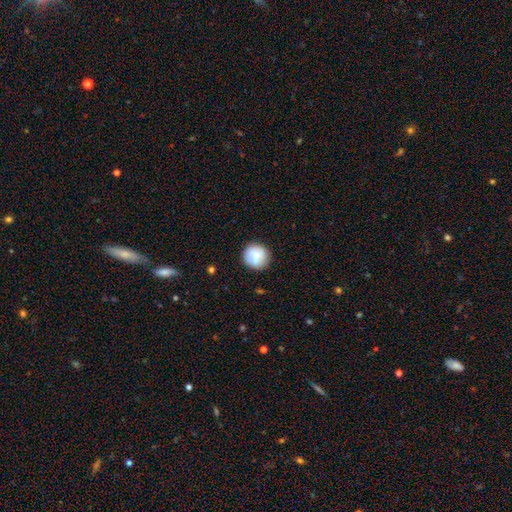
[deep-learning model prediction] Smooth or featured? Predicted: smooth (p=0.70). How rounded? Predicted: round (p=0.93). Merging? Predicted: none (p=0.77).